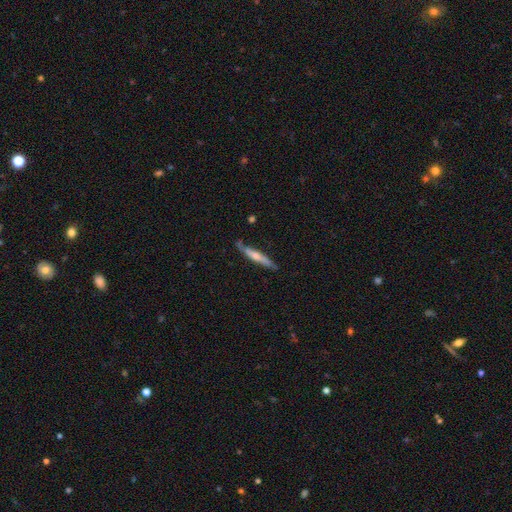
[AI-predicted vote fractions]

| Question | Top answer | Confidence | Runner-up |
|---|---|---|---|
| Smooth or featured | featured or disk | 54% | smooth (41%) |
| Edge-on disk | yes | 86% | no (14%) |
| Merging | none | 74% | minor disturbance (20%) |